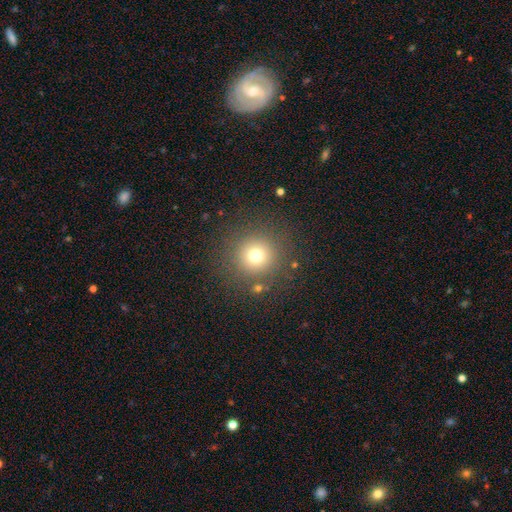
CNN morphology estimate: Smooth or featured?
  - smooth: 72% *
  - star or artifact: 18%
  - featured or disk: 10%
How rounded?
  - round: 95% *
  - in between: 4%
  - cigar-shaped: 1%
Merging?
  - none: 86% *
  - minor disturbance: 7%
  - major disturbance: 5%
  - merger: 2%